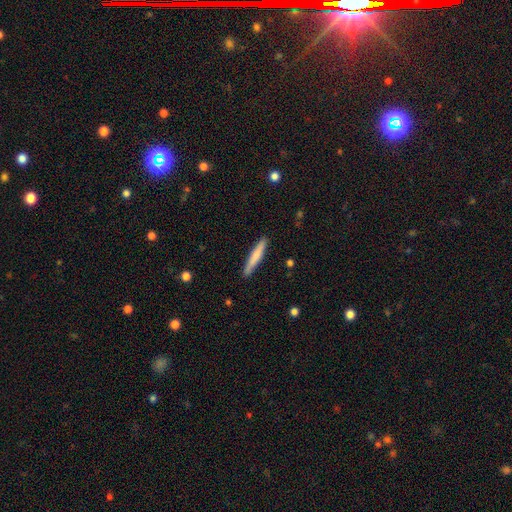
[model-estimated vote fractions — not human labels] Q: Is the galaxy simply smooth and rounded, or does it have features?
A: smooth — 70%.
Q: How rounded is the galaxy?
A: cigar-shaped — 94%.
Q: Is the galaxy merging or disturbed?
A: none — 90%.